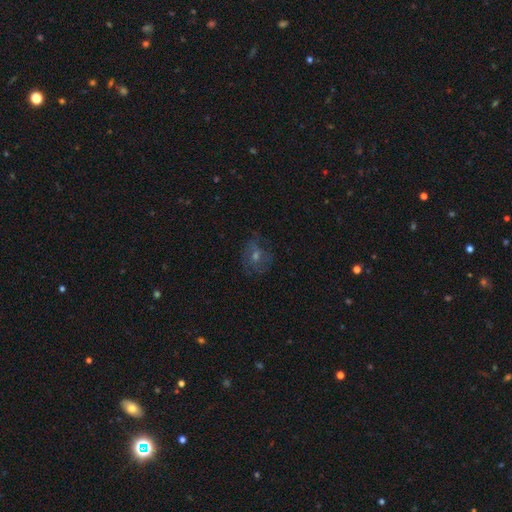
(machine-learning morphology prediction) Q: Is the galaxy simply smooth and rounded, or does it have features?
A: featured or disk — 46%.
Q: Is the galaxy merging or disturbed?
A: none — 71%.